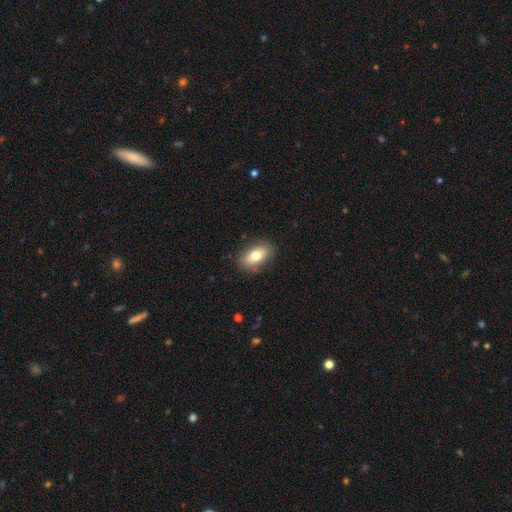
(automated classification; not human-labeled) Smooth or featured?
  - smooth: 75% *
  - featured or disk: 17%
  - star or artifact: 7%
How rounded?
  - in between: 89% *
  - round: 7%
  - cigar-shaped: 5%
Merging?
  - none: 85% *
  - minor disturbance: 11%
  - major disturbance: 3%
  - merger: 1%